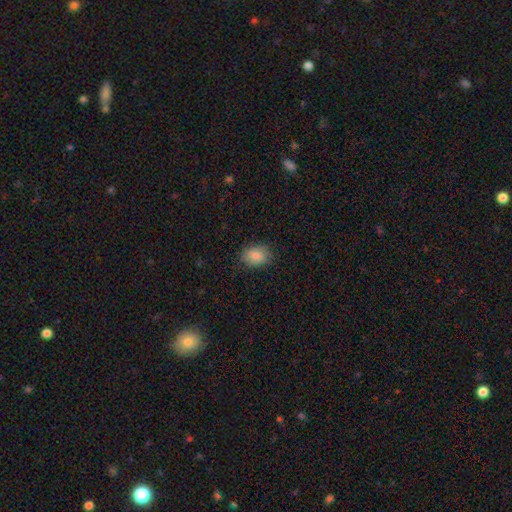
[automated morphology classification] type=smooth (86%); roundness=in between (73%); merging=none (83%).